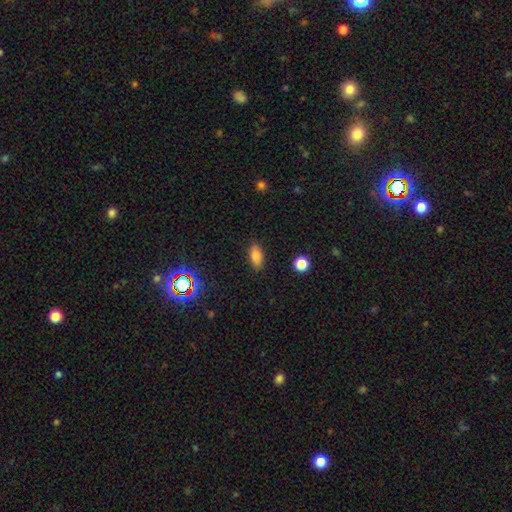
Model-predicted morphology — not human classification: A smooth galaxy with no disk features (82%) that is in between round and cigar-shaped (88%). Merging: none (87%).